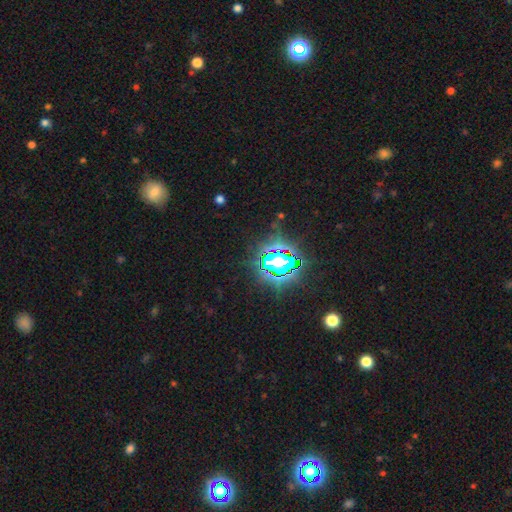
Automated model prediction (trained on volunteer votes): A star or artifact, not a galaxy (80%).

Vote fractions:
- Smooth or featured? star or artifact: 80% / smooth: 13% / featured or disk: 7%